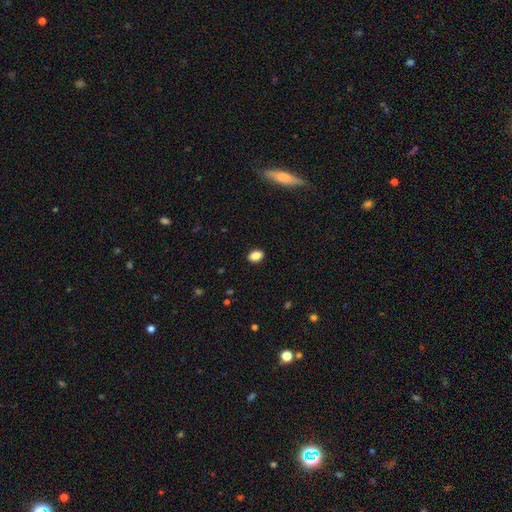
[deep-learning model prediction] Morphology: type=smooth (85%); roundness=in between (82%); merging=none (89%).